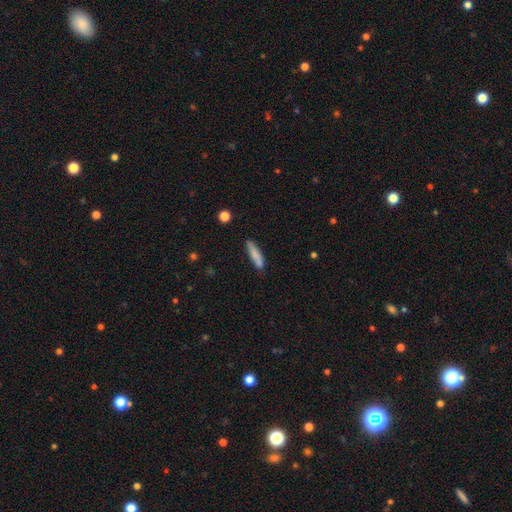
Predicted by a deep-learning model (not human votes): This appears to be a smooth galaxy with no disk features (80%) that is cigar-shaped (79%). Merging: none (75%).